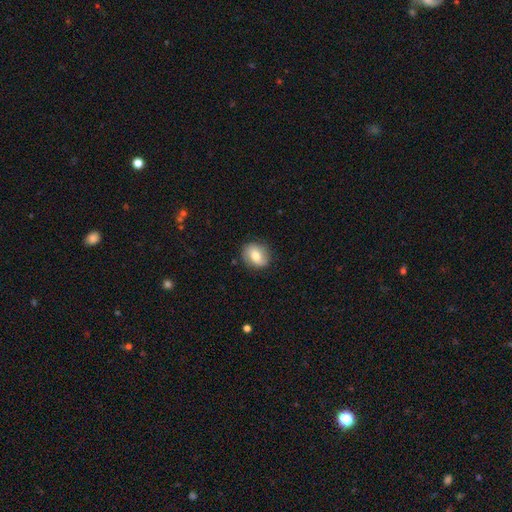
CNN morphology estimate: smooth-or-featured: smooth: 61% | featured or disk: 31% | star or artifact: 8%
  how-rounded: round: 58% | in between: 41% | cigar-shaped: 1%
  merging: none: 81% | minor disturbance: 14% | major disturbance: 4% | merger: 1%